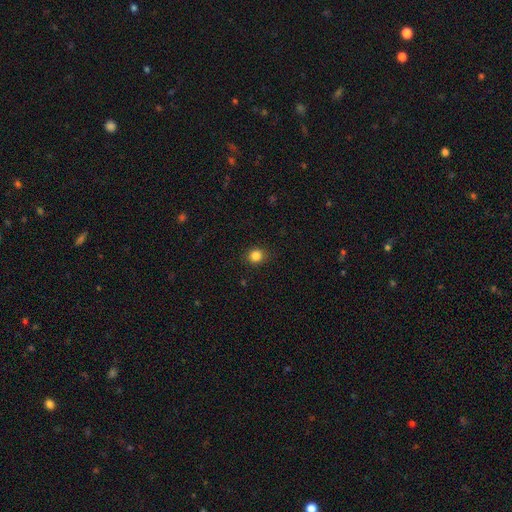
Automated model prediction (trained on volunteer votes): Smooth or featured? smooth (84%)
How rounded? round (85%)
Merging? none (88%)